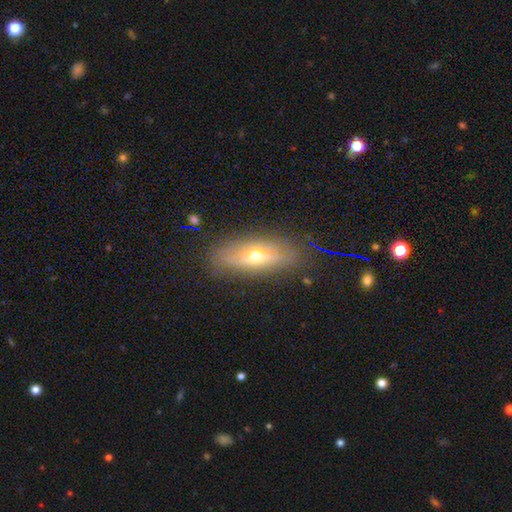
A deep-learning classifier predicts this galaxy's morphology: Smooth or featured? Predicted: featured or disk (p=0.54). Edge-on disk? Predicted: yes (p=0.65). Merging? Predicted: none (p=0.81).